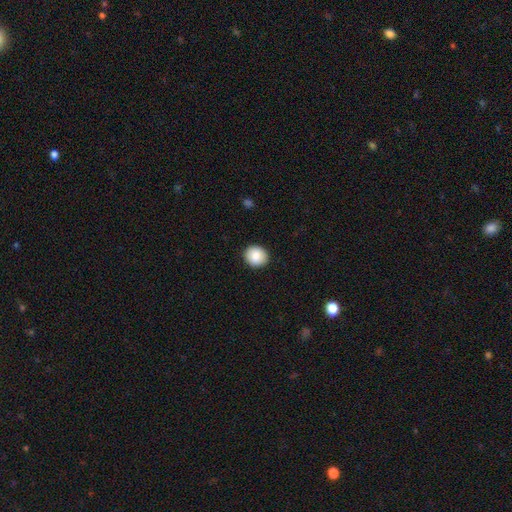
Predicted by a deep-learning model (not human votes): This appears to be a smooth galaxy with no disk features (85%) that is round (86%). Merging: none (92%).